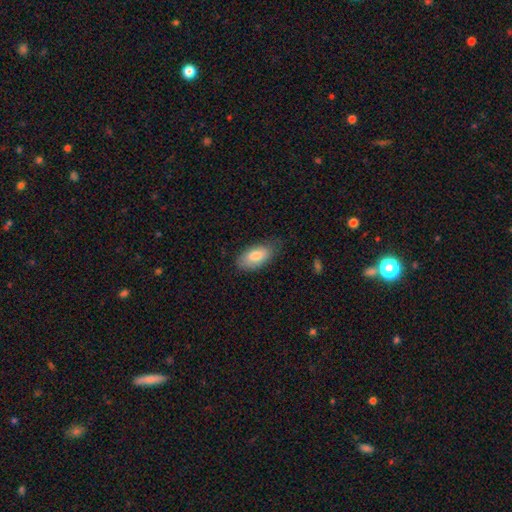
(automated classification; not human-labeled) smooth_or_featured: smooth (p=0.81) [alt: featured or disk p=0.13]
how_rounded: in between (p=0.93) [alt: cigar-shaped p=0.05]
merging: none (p=0.71) [alt: minor disturbance p=0.23]